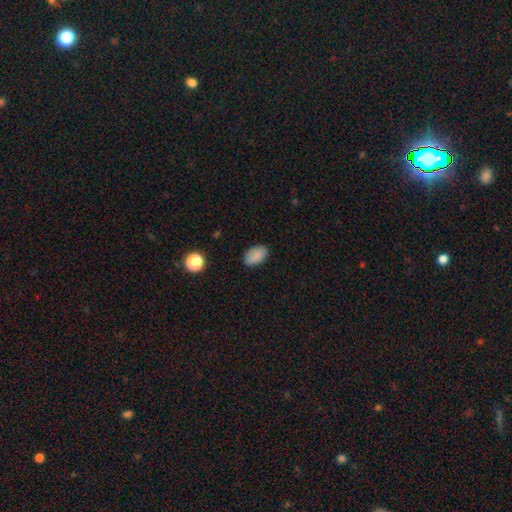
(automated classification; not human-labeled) Overall: smooth (86%). How rounded: in between (91%). Merging: none (85%).